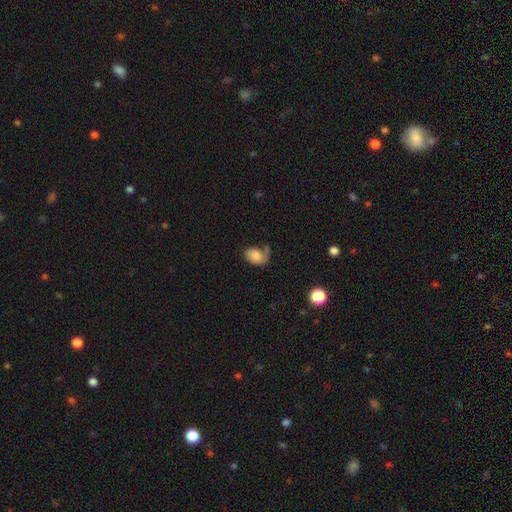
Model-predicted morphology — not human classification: Smooth or featured?
  - smooth: 63% *
  - featured or disk: 28%
  - star or artifact: 9%
How rounded?
  - in between: 74% *
  - round: 25%
  - cigar-shaped: 1%
Merging?
  - none: 37% *
  - major disturbance: 28%
  - minor disturbance: 28%
  - merger: 6%